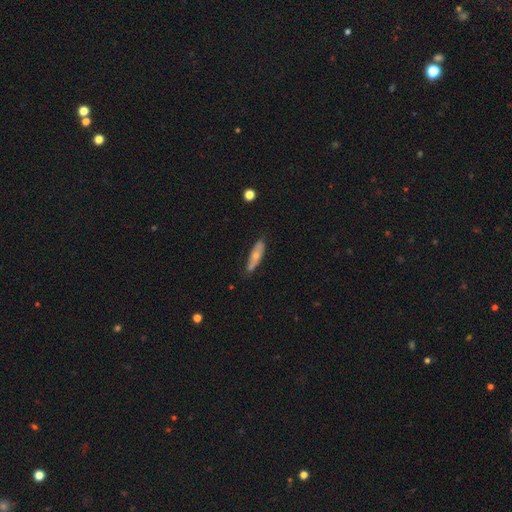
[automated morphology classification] smooth 54%, featured or disk 40%, star or artifact 6%. Down the decision tree: how rounded — cigar-shaped (54%); merging — none (74%).